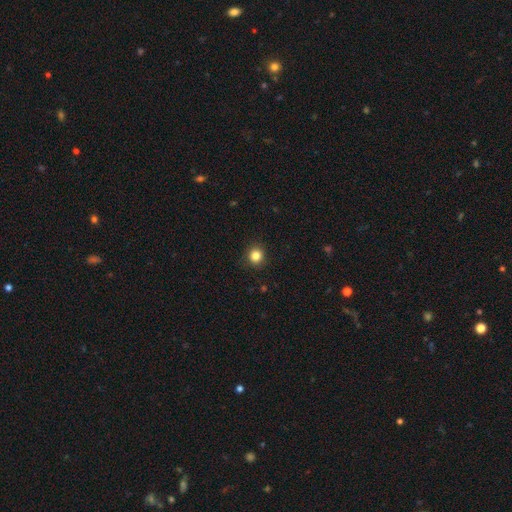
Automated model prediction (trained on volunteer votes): This is clearly a smooth galaxy (84%). How rounded: clearly round (90%). Merging: clearly none (90%).